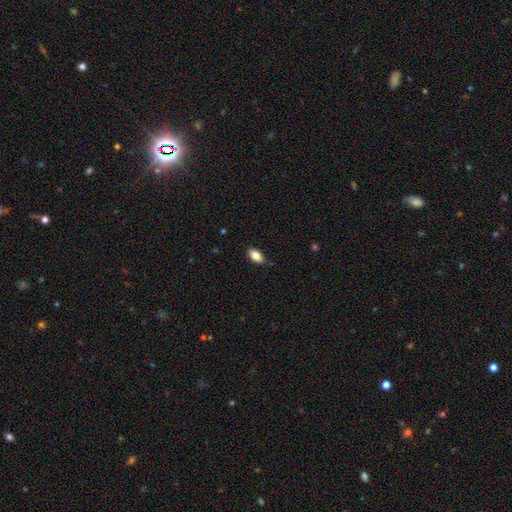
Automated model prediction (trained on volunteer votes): This is clearly a smooth galaxy (84%). How rounded: clearly in between (91%). Merging: clearly none (85%).